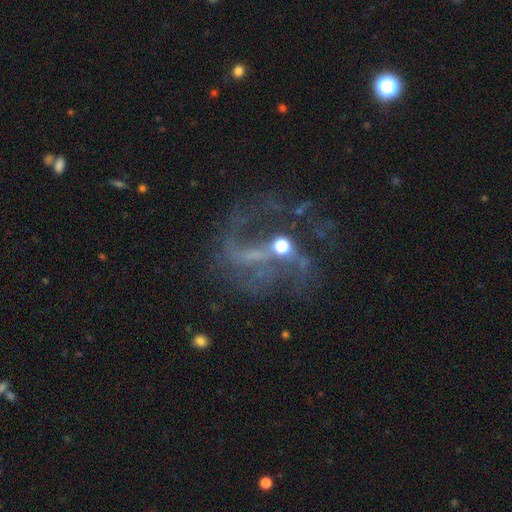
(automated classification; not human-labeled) This is likely a featured or disk galaxy (79%). It is clearly not viewed edge-on (97%). Bar: marginally weak (43%). Spiral arm pattern: clearly yes (84%). Spiral arm count: likely 2 (62%). Spiral winding: likely loose (66%). Central bulge: possibly small (49%). Merging: marginally none (45%).